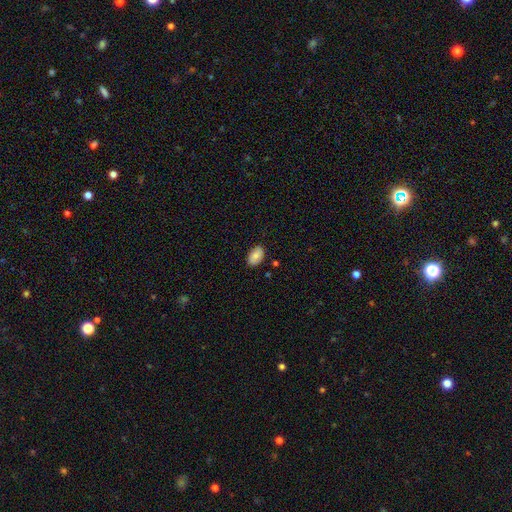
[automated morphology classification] Smooth or featured? smooth (83%)
How rounded? in between (91%)
Merging? none (84%)